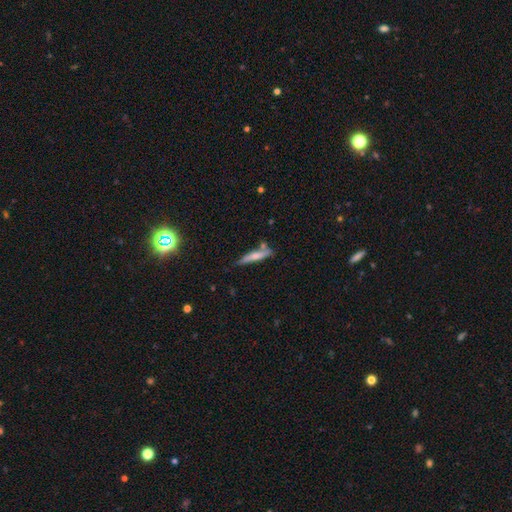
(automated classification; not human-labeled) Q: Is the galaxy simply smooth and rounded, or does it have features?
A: smooth — 61%.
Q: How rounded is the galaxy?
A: cigar-shaped — 88%.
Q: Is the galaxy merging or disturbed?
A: none — 63%.